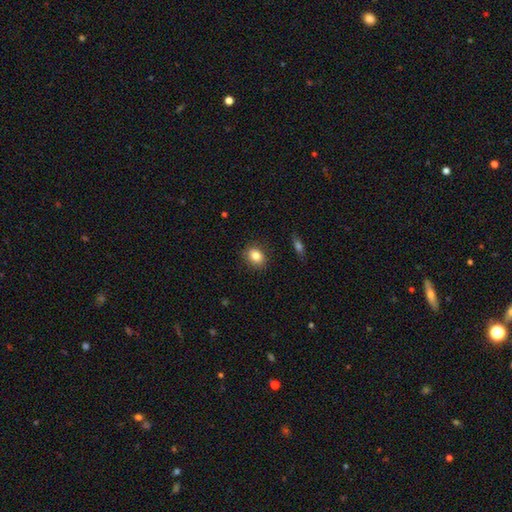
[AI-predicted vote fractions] This is clearly a smooth galaxy (83%). How rounded: possibly in between (54%). Merging: clearly none (86%).